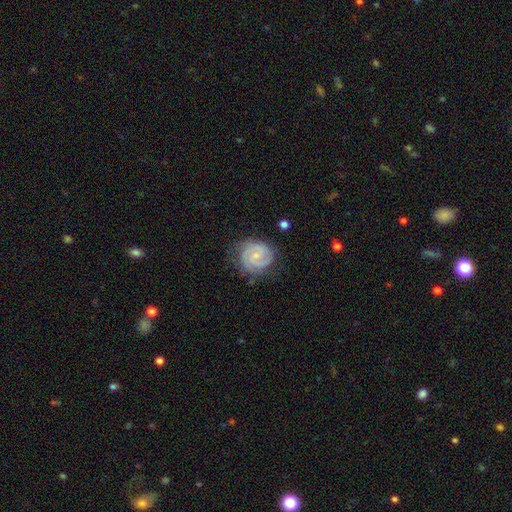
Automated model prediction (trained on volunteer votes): smooth-or-featured: featured or disk: 84% | smooth: 11% | star or artifact: 5%
  disk-edge-on: no: 98% | yes: 2%
    bar: no: 58% | weak: 36% | strong: 6%
    has-spiral-arms: yes: 97% | no: 3%
      spiral-winding: tight: 63% | medium: 32% | loose: 5%
      spiral-arm-count: 2: 55% | 3: 24% | can't tell: 11% | 4: 4% | 1: 4% | more than 4: 3%
    bulge-size: small: 73% | moderate: 16% | none: 10% | large: 1% | dominant: 1%
  merging: none: 74% | minor disturbance: 18% | major disturbance: 6% | merger: 2%